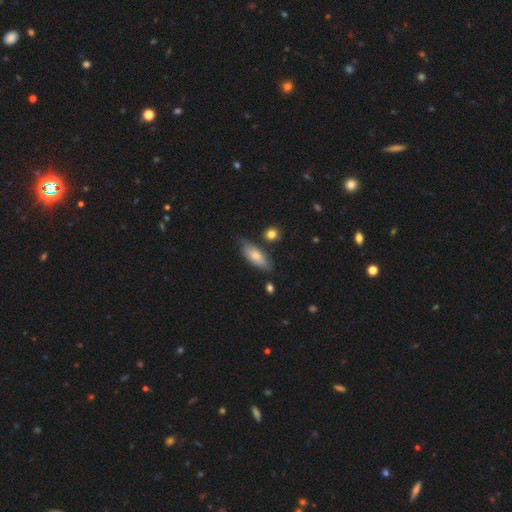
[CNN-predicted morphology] type=smooth (68%); roundness=in between (73%); merging=none (69%).